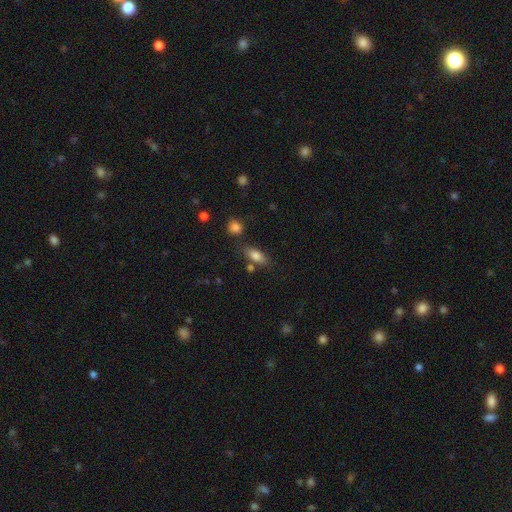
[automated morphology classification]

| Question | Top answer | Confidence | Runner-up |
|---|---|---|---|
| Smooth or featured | smooth | 81% | featured or disk (11%) |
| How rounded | in between | 81% | cigar-shaped (15%) |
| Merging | none | 71% | minor disturbance (14%) |